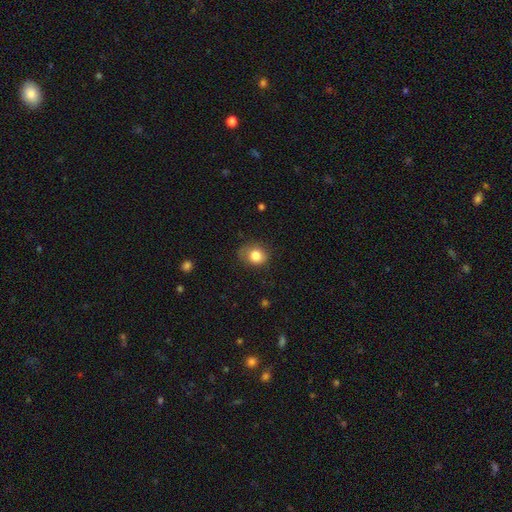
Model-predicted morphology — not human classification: A smooth galaxy with no disk features (81%) that is round (57%). Merging: none (67%).